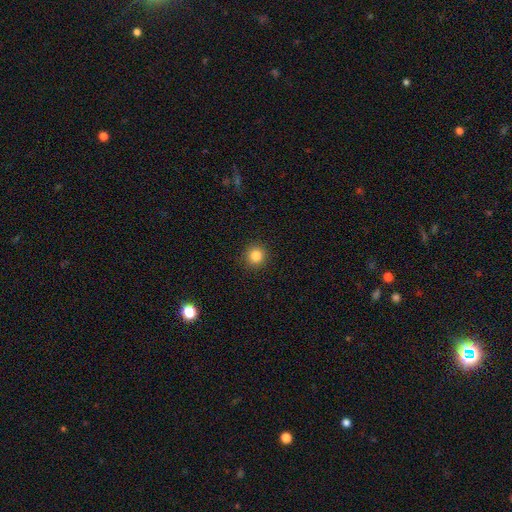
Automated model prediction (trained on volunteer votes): Smooth or featured: smooth — 84% (star or artifact — 11%)
How rounded: round — 93% (in between — 6%)
Merging: none — 92% (minor disturbance — 6%)